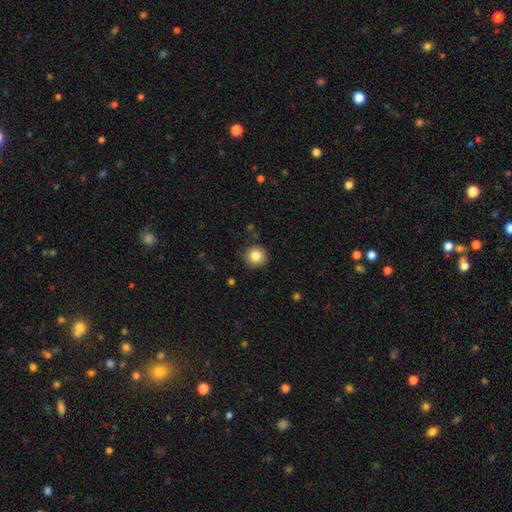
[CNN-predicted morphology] Q: Smooth or featured?
A: smooth (83%); runner-up: star or artifact (10%)
Q: How rounded?
A: round (95%); runner-up: in between (4%)
Q: Merging?
A: none (89%); runner-up: minor disturbance (8%)